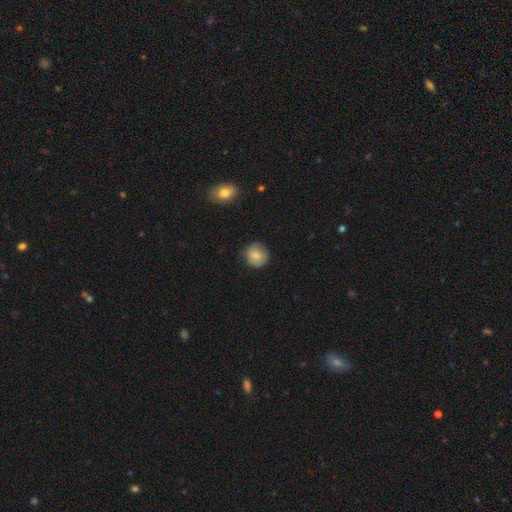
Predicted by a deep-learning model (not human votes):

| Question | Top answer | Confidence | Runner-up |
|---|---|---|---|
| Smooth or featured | smooth | 81% | featured or disk (12%) |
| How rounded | round | 89% | in between (10%) |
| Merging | none | 82% | minor disturbance (14%) |